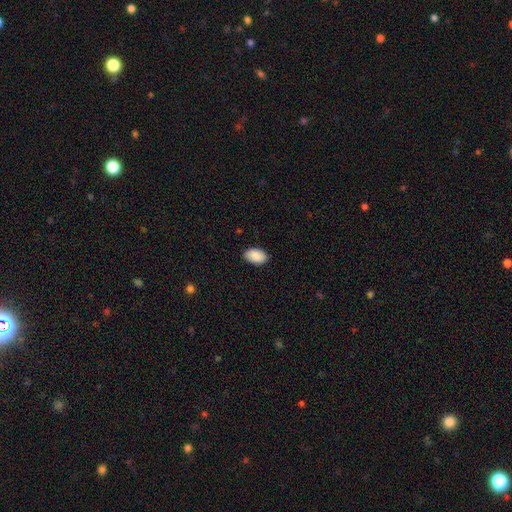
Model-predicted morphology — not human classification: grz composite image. It shows a smooth galaxy with no disk features (90%) that is in between round and cigar-shaped (93%). Merging: none (87%).